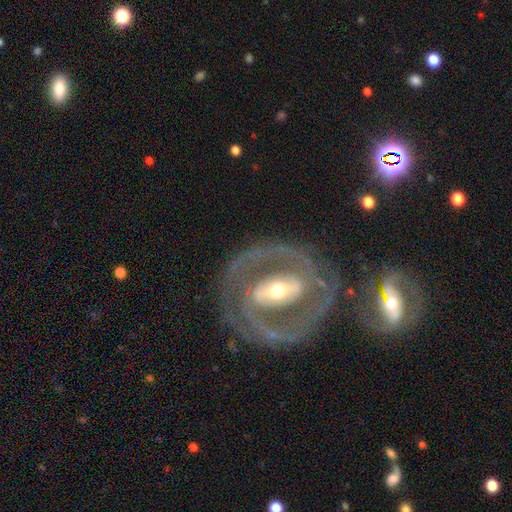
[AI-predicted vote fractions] A featured or disk galaxy (84%) with a strong bar (52%), 2 (77%) tight (53%) spiral arms (75%) and a moderate central bulge (54%). Merging: none (72%).